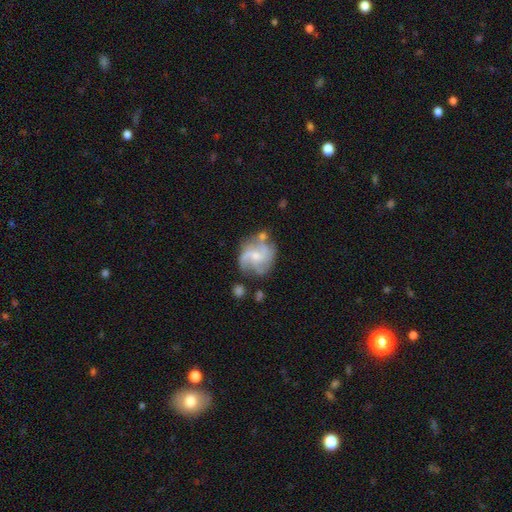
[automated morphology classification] A featured or disk galaxy (79%) with no bar (59%), 3 (41%) medium (47%) spiral arms (93%) and a small central bulge (61%).

Vote fractions:
- Smooth or featured? featured or disk: 79% / smooth: 14% / star or artifact: 7%
- Edge-on disk? no: 98% / yes: 2%
- Bar? no: 59% / weak: 34% / strong: 6%
- Spiral arms? yes: 93% / no: 7%
- Spiral winding? medium: 47% / loose: 31% / tight: 22%
- Spiral arm count? 3: 41% / 2: 22% / can't tell: 15% / 4: 13% / 1: 5% / more than 4: 4%
- Bulge size? small: 61% / moderate: 33% / none: 4% / large: 2% / dominant: 1%
- Merging? none: 60% / minor disturbance: 21% / major disturbance: 11% / merger: 8%